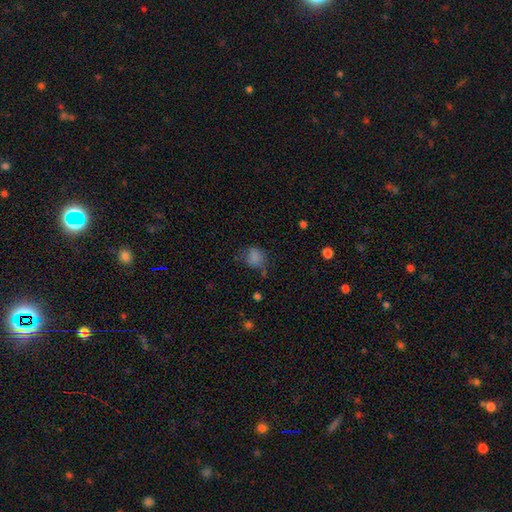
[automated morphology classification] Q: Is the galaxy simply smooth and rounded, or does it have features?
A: smooth — 66%.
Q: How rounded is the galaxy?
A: round — 52%.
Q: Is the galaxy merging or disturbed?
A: none — 49%.